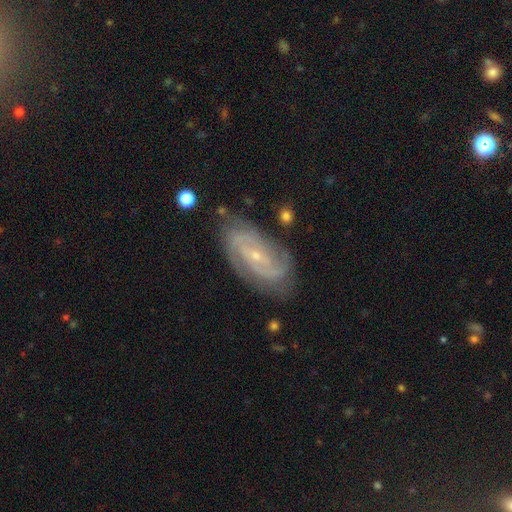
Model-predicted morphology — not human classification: Overall: featured or disk (86%). Edge-on disk: no (95%). Bar: no (42%; weak 39%). Spiral arms: yes (96%). Spiral arm count: 2 (57%; can't tell 17%). Spiral winding: tight (52%; medium 38%). Bulge size: small (80%). Merging: none (73%).